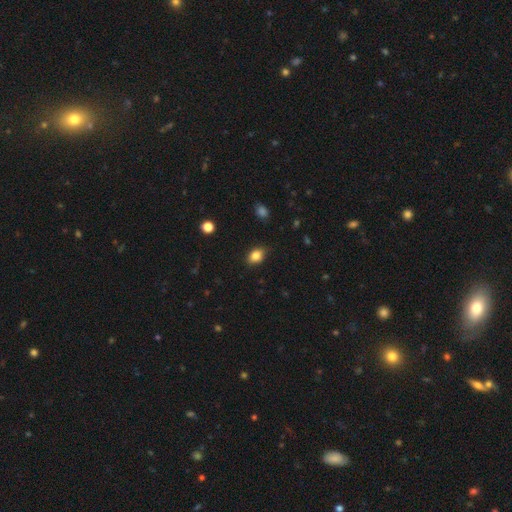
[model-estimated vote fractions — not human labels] This is clearly a smooth galaxy (84%). How rounded: likely in between (73%). Merging: clearly none (83%).